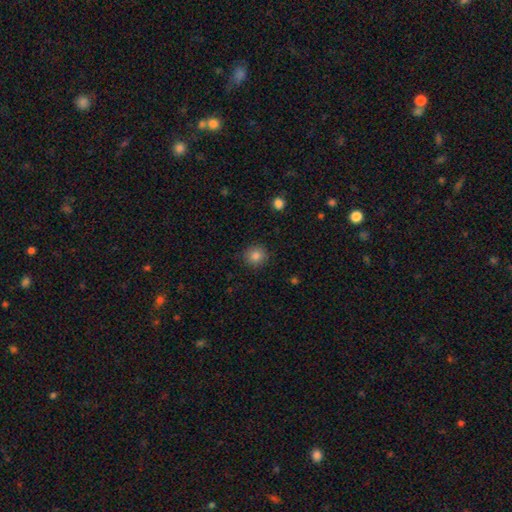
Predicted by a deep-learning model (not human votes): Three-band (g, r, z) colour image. It shows a smooth galaxy with no disk features (84%) that is round (92%). Merging: none (89%).